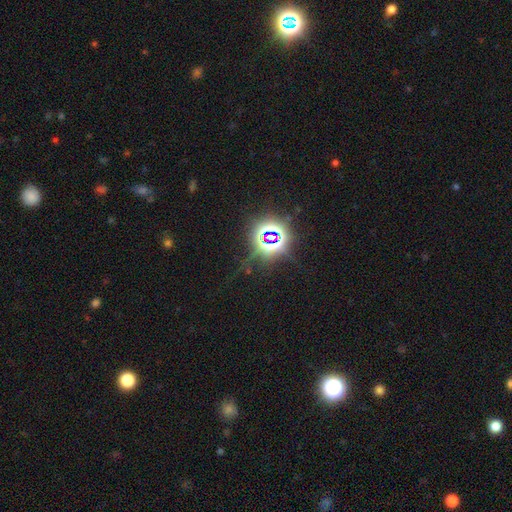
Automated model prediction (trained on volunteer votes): smooth-or-featured: star or artifact: 78% | smooth: 15% | featured or disk: 7%